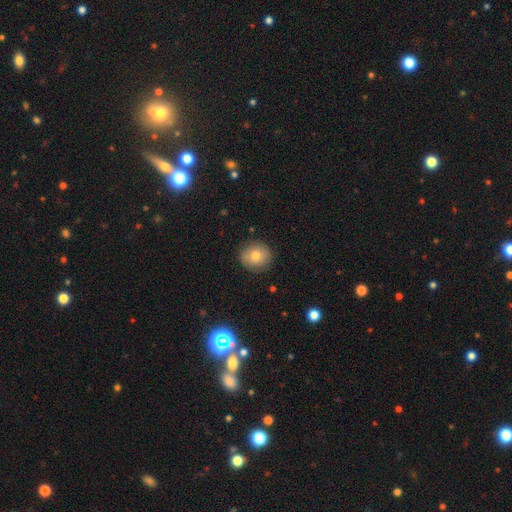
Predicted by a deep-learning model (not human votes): This appears to be a smooth galaxy with no disk features (79%) that is round (87%). Merging: none (88%).